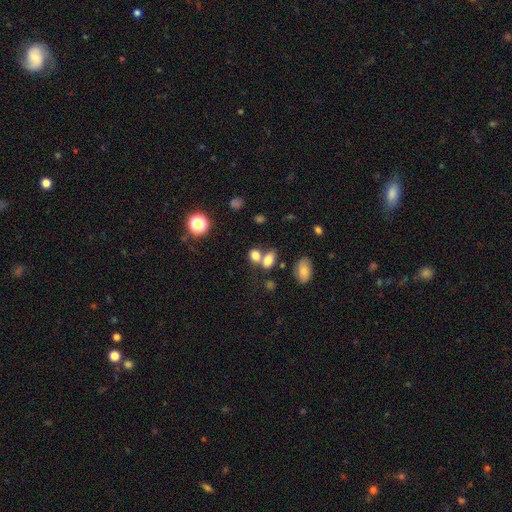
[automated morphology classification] Overall: smooth (78%). How rounded: in between (69%). Merging: merger (43%; none 42%).